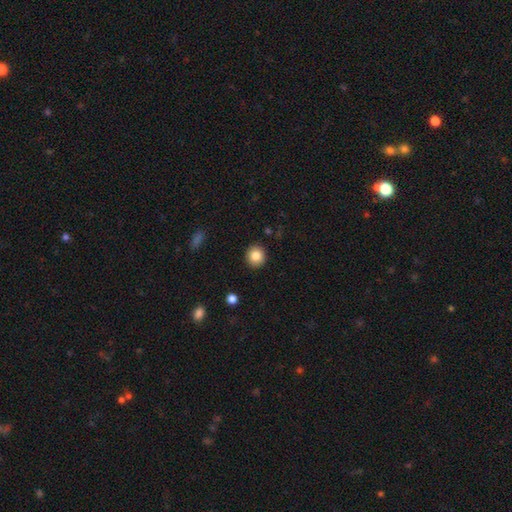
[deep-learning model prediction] This appears to be a smooth galaxy with no disk features (84%) that is round (89%). Merging: none (91%).